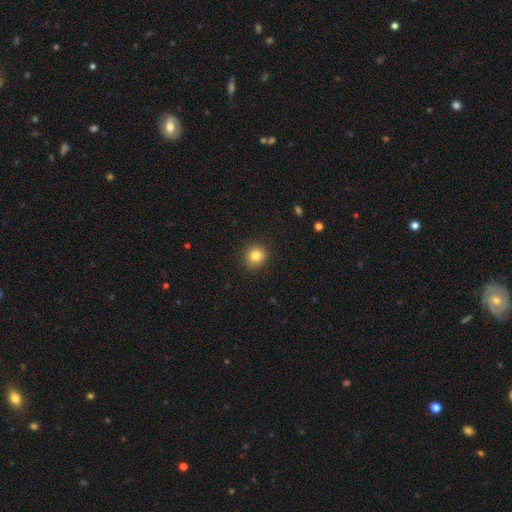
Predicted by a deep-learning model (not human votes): smooth_or_featured: smooth (p=0.82) [alt: star or artifact p=0.11]
how_rounded: round (p=0.88) [alt: in between p=0.11]
merging: none (p=0.90) [alt: minor disturbance p=0.07]